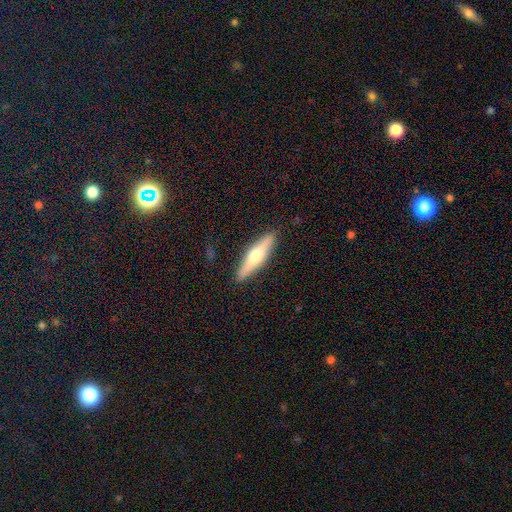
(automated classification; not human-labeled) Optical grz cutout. It shows a smooth galaxy with no disk features (49%). Merging: none (89%).